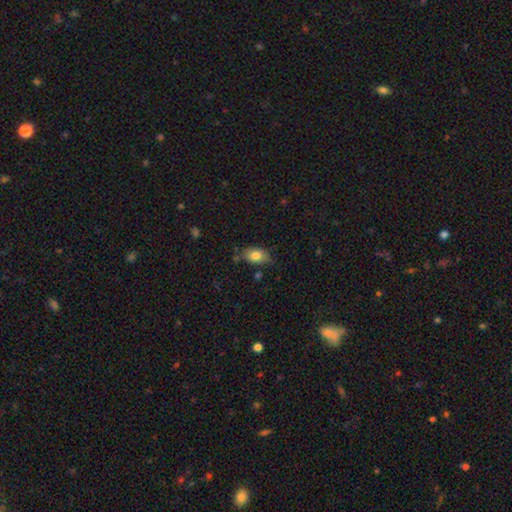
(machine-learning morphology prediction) Smooth or featured? Predicted: smooth (p=0.80). How rounded? Predicted: in between (p=0.88). Merging? Predicted: none (p=0.71).